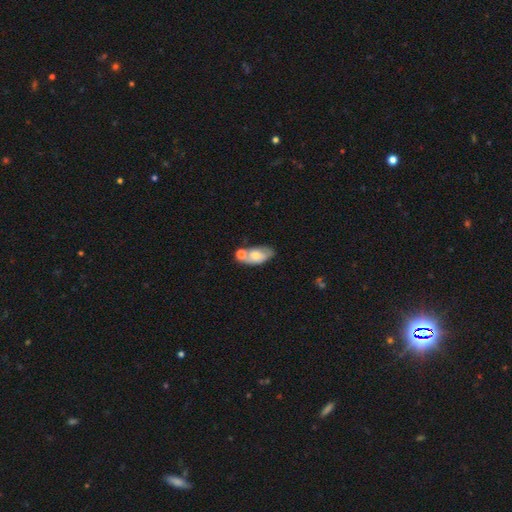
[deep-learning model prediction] A smooth galaxy with no disk features (61%) that is in between round and cigar-shaped (89%).

Vote fractions:
- Smooth or featured? smooth: 61% / featured or disk: 32% / star or artifact: 7%
- How rounded? in between: 89% / round: 6% / cigar-shaped: 5%
- Merging? none: 43% / merger: 34% / minor disturbance: 17% / major disturbance: 6%